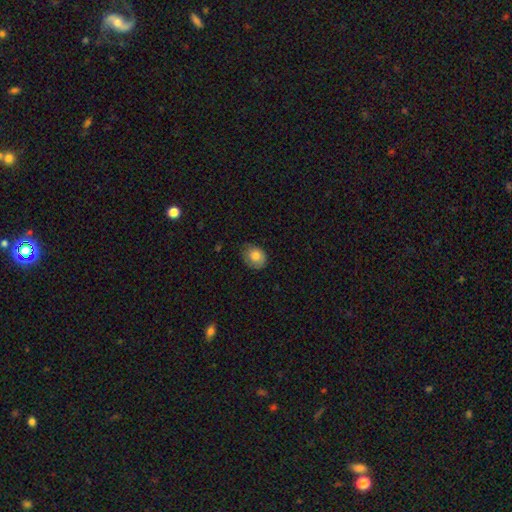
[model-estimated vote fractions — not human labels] Smooth or featured: smooth — 80% (featured or disk — 13%)
How rounded: in between — 51% (round — 48%)
Merging: none — 69% (minor disturbance — 25%)